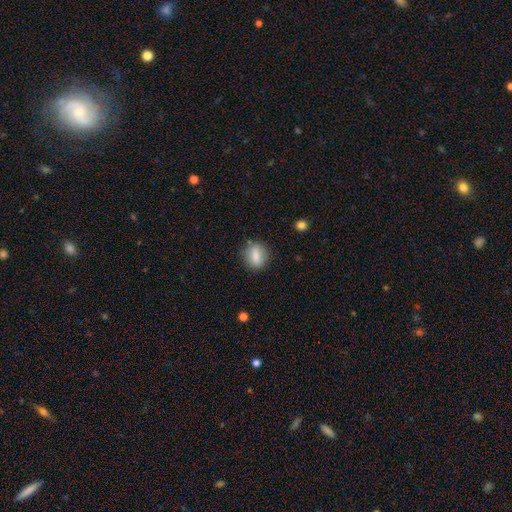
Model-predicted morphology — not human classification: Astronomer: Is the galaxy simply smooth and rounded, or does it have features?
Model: smooth — 79%.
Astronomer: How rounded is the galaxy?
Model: in between — 49% (runner-up: round, 46%).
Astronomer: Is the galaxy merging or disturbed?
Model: none — 82%.